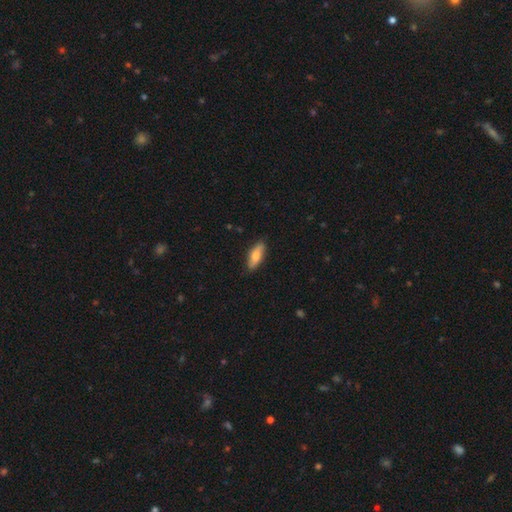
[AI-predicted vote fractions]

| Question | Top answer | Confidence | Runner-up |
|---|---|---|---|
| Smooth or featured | smooth | 67% | featured or disk (27%) |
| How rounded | in between | 68% | cigar-shaped (29%) |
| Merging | none | 84% | minor disturbance (13%) |